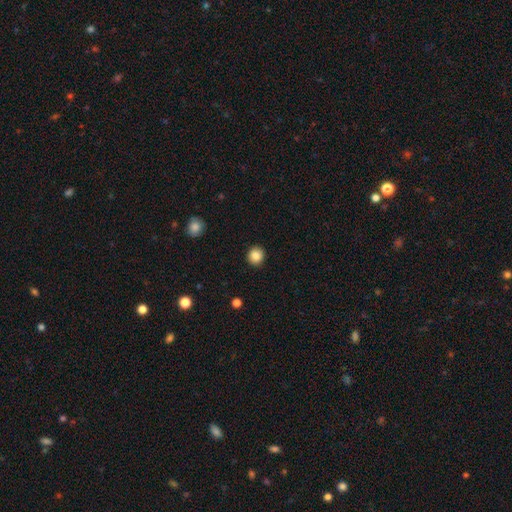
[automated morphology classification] Overall: smooth (86%). How rounded: round (91%). Merging: none (92%).